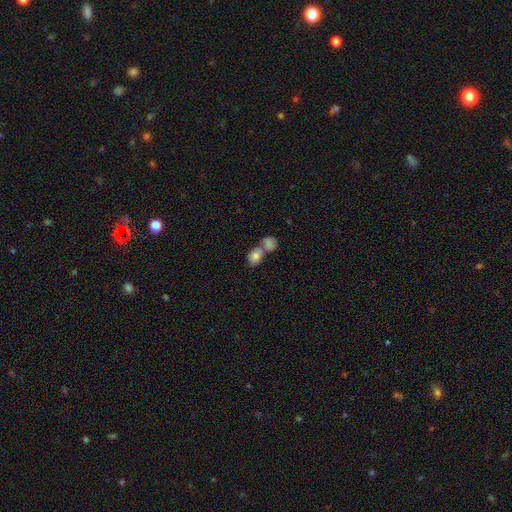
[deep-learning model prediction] Overall: smooth (79%). How rounded: in between (59%; round 39%). Merging: merger (57%; none 31%).